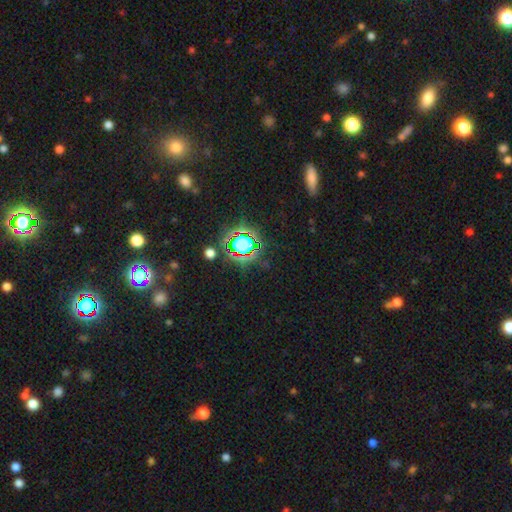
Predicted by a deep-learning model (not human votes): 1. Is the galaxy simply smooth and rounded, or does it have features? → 77% star or artifact, 15% smooth, 9% featured or disk.